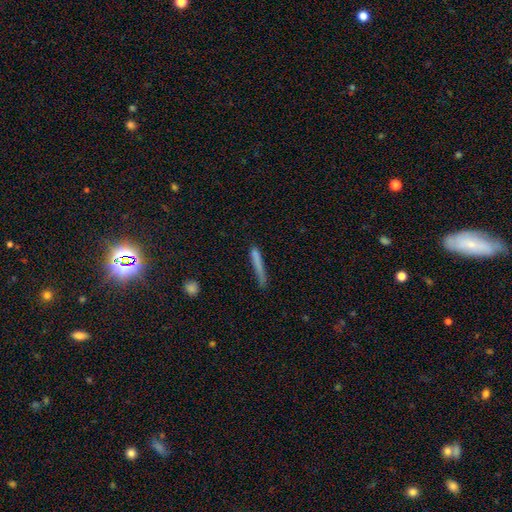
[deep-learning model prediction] Smooth or featured?
  - smooth: 71% *
  - featured or disk: 20%
  - star or artifact: 9%
How rounded?
  - cigar-shaped: 94% *
  - in between: 4%
  - round: 2%
Merging?
  - none: 64% *
  - minor disturbance: 22%
  - major disturbance: 9%
  - merger: 4%